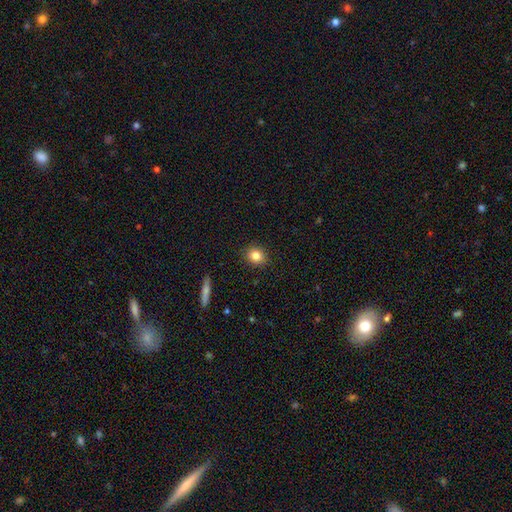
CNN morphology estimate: smooth_or_featured: smooth (p=0.82) [alt: star or artifact p=0.10]
how_rounded: round (p=0.77) [alt: in between p=0.21]
merging: none (p=0.90) [alt: minor disturbance p=0.07]